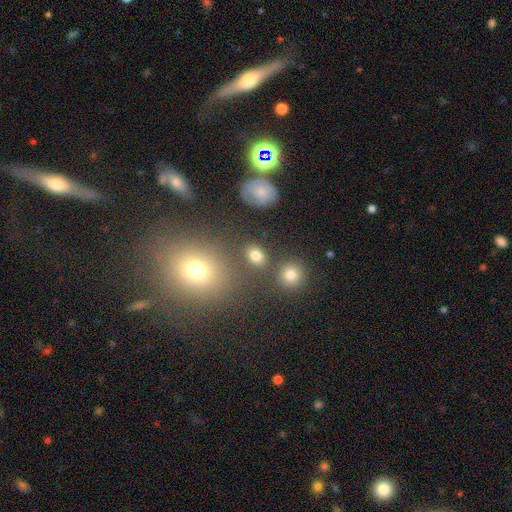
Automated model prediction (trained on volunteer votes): Morphology: type=smooth (79%); roundness=in between (66%); merging=none (78%).